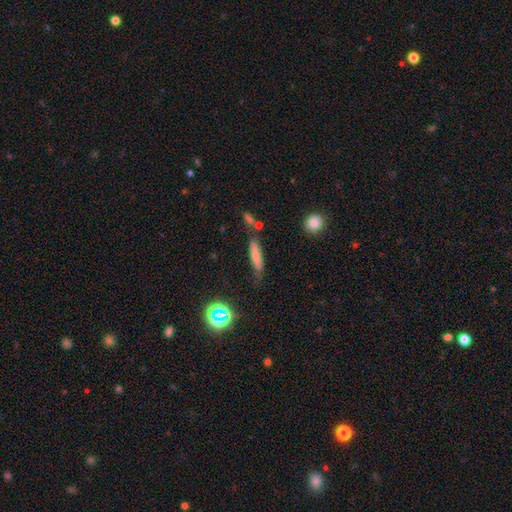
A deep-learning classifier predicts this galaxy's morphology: smooth 72%, featured or disk 18%, star or artifact 11%. Down the decision tree: how rounded — cigar-shaped (78%); merging — none (64%).